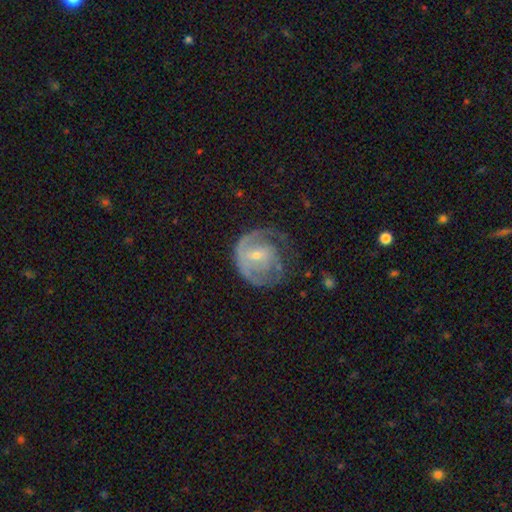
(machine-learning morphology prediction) A featured or disk galaxy (74%) with no bar (53%), 1 (36%) tight (45%) spiral arms (84%) and a small central bulge (68%).

Vote fractions:
- Smooth or featured? featured or disk: 74% / smooth: 20% / star or artifact: 6%
- Edge-on disk? no: 97% / yes: 3%
- Bar? no: 53% / weak: 38% / strong: 9%
- Spiral arms? yes: 84% / no: 16%
- Spiral winding? tight: 45% / medium: 36% / loose: 18%
- Spiral arm count? 1: 36% / 2: 29% / can't tell: 24% / 3: 6% / 4: 2% / more than 4: 2%
- Bulge size? small: 68% / moderate: 28% / none: 2% / large: 2% / dominant: 1%
- Merging? none: 44% / major disturbance: 30% / minor disturbance: 24% / merger: 2%